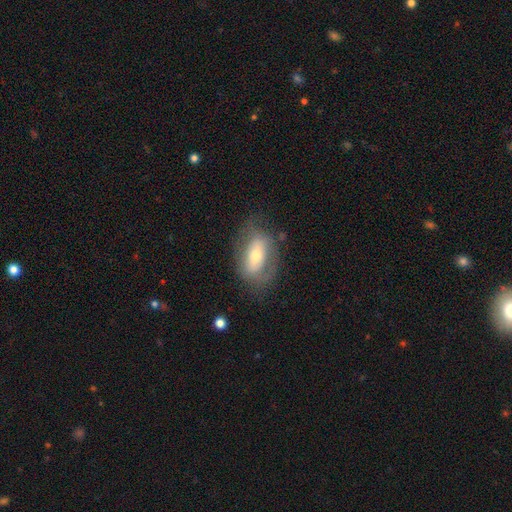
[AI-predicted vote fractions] Smooth or featured: featured or disk — 47% (smooth — 46%)
Merging: none — 62% (minor disturbance — 22%)